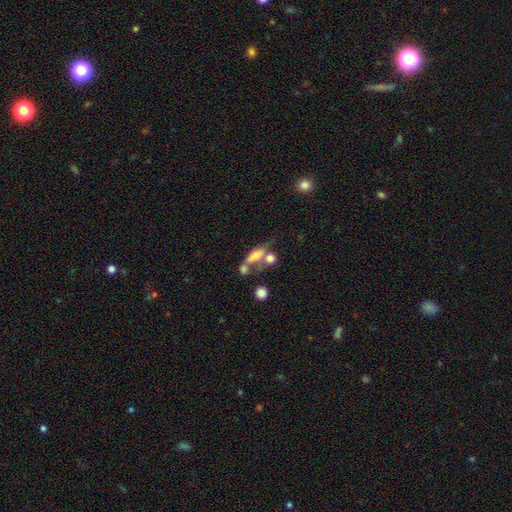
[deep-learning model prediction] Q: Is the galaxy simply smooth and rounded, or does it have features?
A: smooth — 61%.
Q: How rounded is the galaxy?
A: in between — 65%.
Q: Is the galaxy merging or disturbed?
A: merger — 41%.